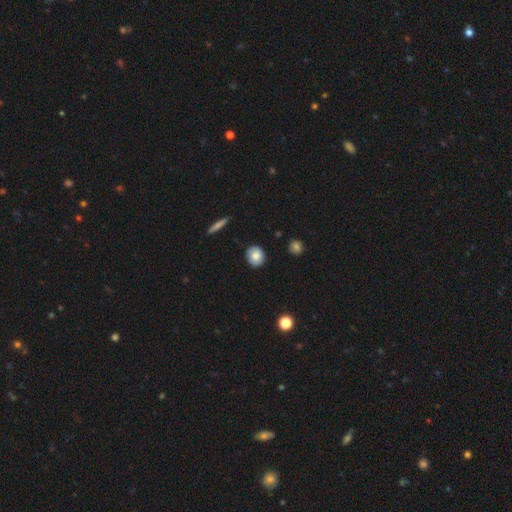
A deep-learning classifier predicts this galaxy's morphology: Smooth or featured?
  - smooth: 81% *
  - featured or disk: 11%
  - star or artifact: 8%
How rounded?
  - round: 81% *
  - in between: 18%
  - cigar-shaped: 1%
Merging?
  - none: 89% *
  - minor disturbance: 8%
  - major disturbance: 2%
  - merger: 1%